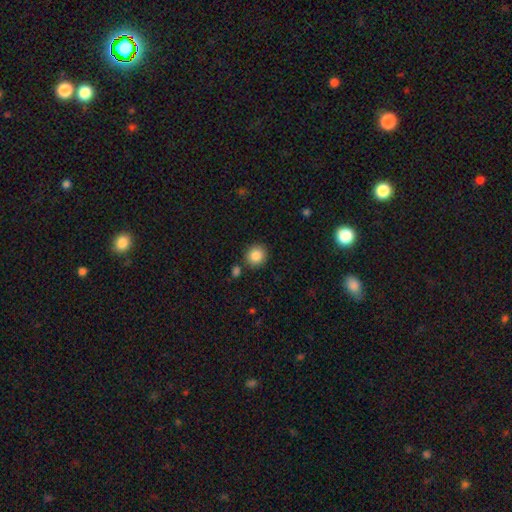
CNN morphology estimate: This appears to be a smooth galaxy with no disk features (86%) that is round (82%). Merging: none (84%).